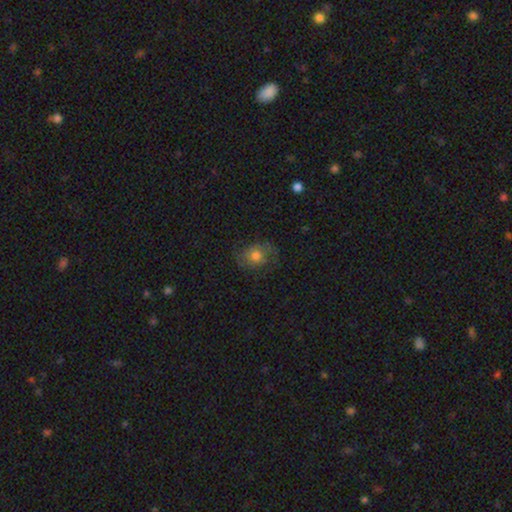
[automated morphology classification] Smooth or featured? Predicted: smooth (p=0.60). How rounded? Predicted: round (p=0.60). Merging? Predicted: none (p=0.64).